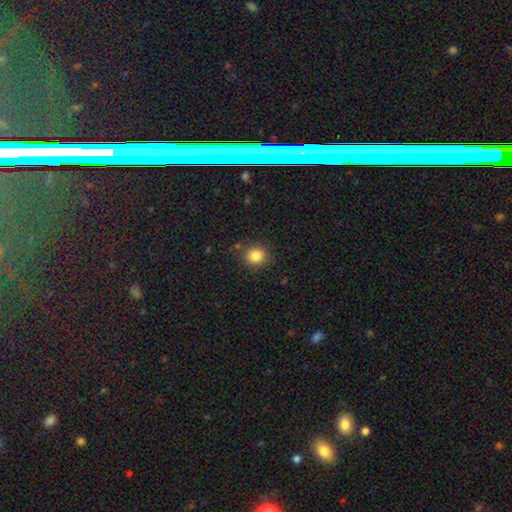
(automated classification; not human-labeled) smooth-or-featured: smooth: 84% | star or artifact: 11% | featured or disk: 5%
  how-rounded: round: 84% | in between: 15% | cigar-shaped: 1%
  merging: none: 87% | minor disturbance: 9% | major disturbance: 3% | merger: 2%